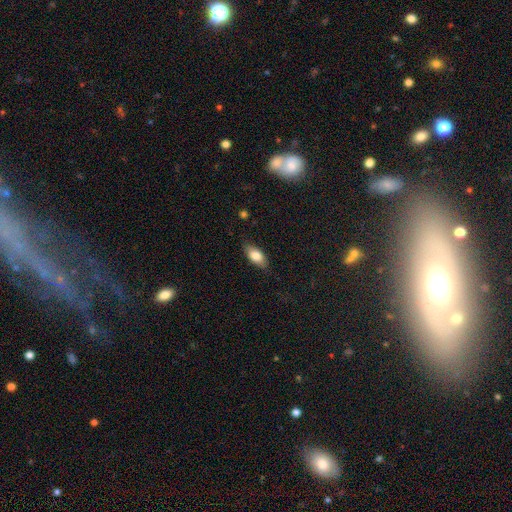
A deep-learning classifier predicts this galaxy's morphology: A smooth galaxy with no disk features (78%) that is in between round and cigar-shaped (87%).

Vote fractions:
- Smooth or featured? smooth: 78% / featured or disk: 15% / star or artifact: 7%
- How rounded? in between: 87% / cigar-shaped: 9% / round: 3%
- Merging? none: 82% / minor disturbance: 14% / major disturbance: 3% / merger: 1%